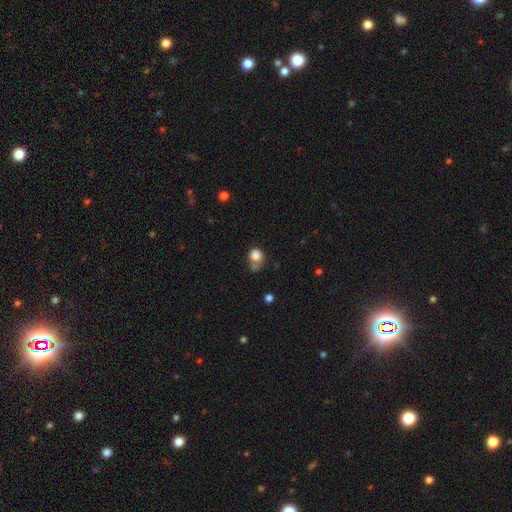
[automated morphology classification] smooth_or_featured: smooth (p=0.81) [alt: star or artifact p=0.10]
how_rounded: round (p=0.73) [alt: in between p=0.26]
merging: none (p=0.39) [alt: minor disturbance p=0.24]